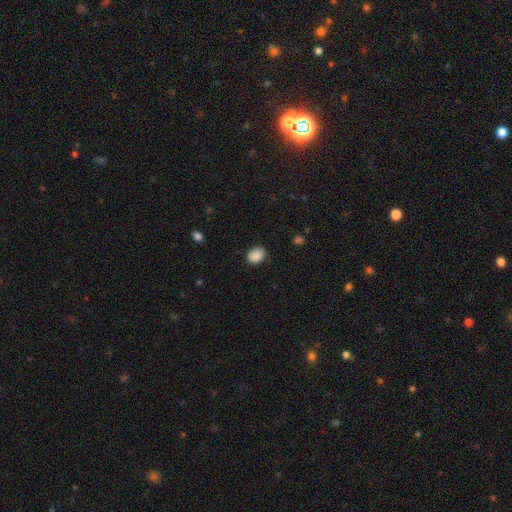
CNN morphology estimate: smooth-or-featured: smooth: 89% | star or artifact: 8% | featured or disk: 3%
  how-rounded: in between: 56% | round: 43% | cigar-shaped: 1%
  merging: none: 81% | minor disturbance: 14% | major disturbance: 3% | merger: 1%